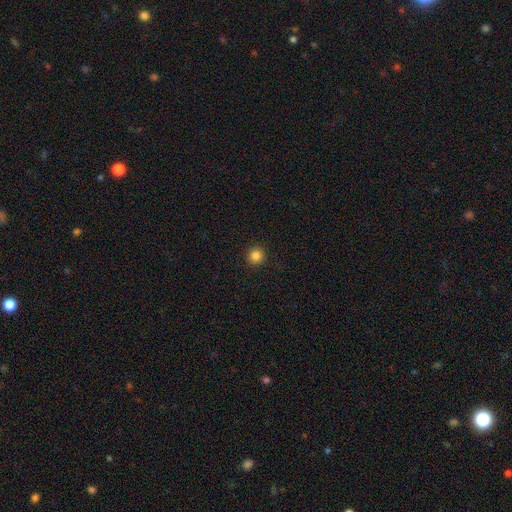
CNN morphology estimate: Smooth or featured? Predicted: smooth (p=0.84). How rounded? Predicted: round (p=0.95). Merging? Predicted: none (p=0.93).